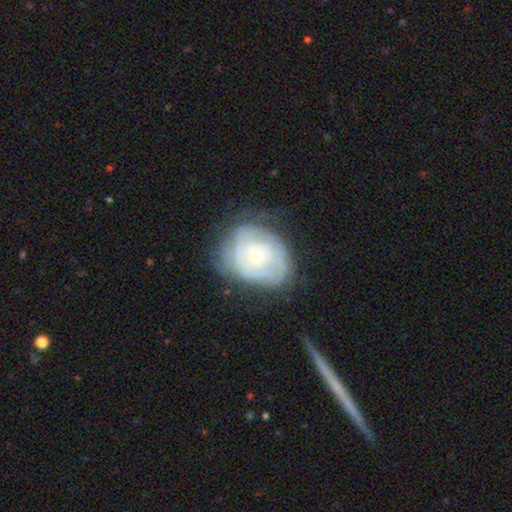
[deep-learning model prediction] smooth-or-featured: featured or disk: 73% | smooth: 21% | star or artifact: 6%
  disk-edge-on: no: 97% | yes: 3%
    bar: no: 76% | weak: 20% | strong: 3%
    has-spiral-arms: yes: 85% | no: 15%
      spiral-winding: tight: 72% | medium: 21% | loose: 7%
      spiral-arm-count: can't tell: 52% | 2: 20% | 3: 12% | 4: 7% | 1: 5% | more than 4: 4%
    bulge-size: small: 68% | moderate: 27% | large: 2% | none: 2% | dominant: 1%
  merging: none: 64% | minor disturbance: 24% | major disturbance: 11% | merger: 2%